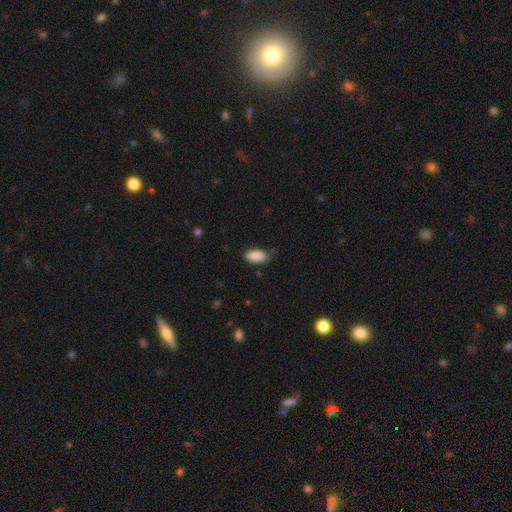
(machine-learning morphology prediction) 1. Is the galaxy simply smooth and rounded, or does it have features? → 89% smooth, 7% star or artifact, 4% featured or disk.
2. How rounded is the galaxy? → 94% in between, 4% cigar-shaped, 3% round.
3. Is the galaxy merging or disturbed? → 75% none, 20% minor disturbance, 3% major disturbance, 2% merger.